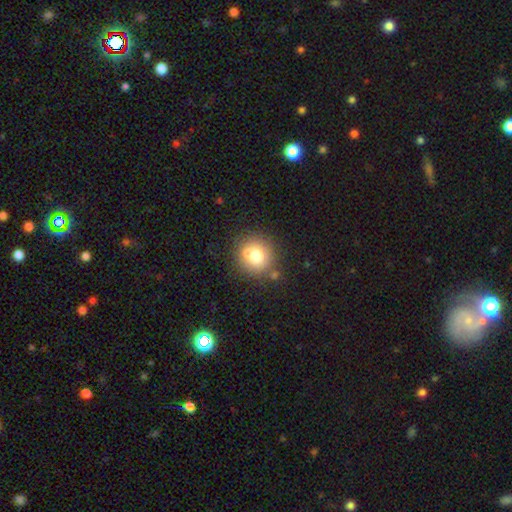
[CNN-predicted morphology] Smooth or featured: smooth — 71% (featured or disk — 18%)
How rounded: round — 88% (in between — 11%)
Merging: none — 64% (merger — 21%)